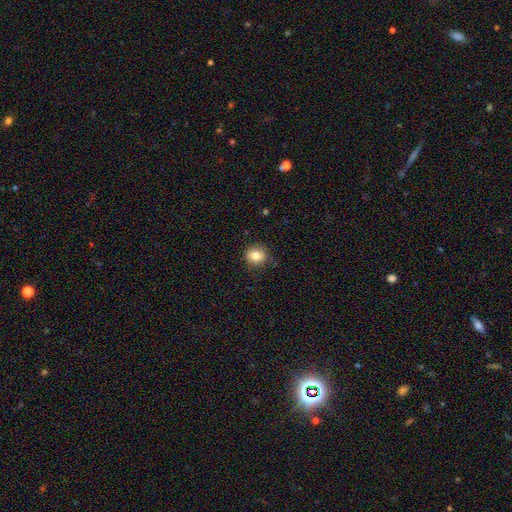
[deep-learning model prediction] Smooth or featured? Predicted: smooth (p=0.82). How rounded? Predicted: round (p=0.80). Merging? Predicted: none (p=0.85).